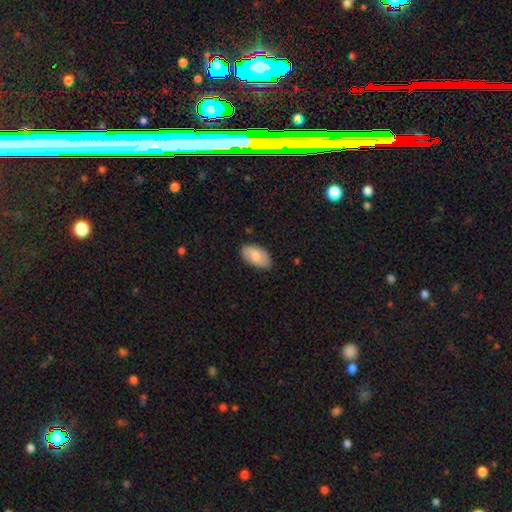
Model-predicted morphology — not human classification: The model was most divided on "merging": none: 77%, minor disturbance: 19%, major disturbance: 3%, merger: 1%. More confident: how rounded — in between (95%); smooth or featured — smooth (78%).